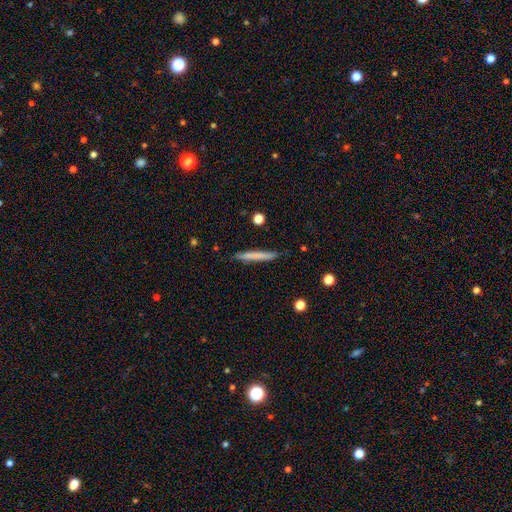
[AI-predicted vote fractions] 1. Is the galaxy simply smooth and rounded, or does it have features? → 69% smooth, 24% featured or disk, 6% star or artifact.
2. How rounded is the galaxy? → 96% cigar-shaped, 3% in between, 1% round.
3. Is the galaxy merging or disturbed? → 87% none, 10% minor disturbance, 2% major disturbance, 1% merger.